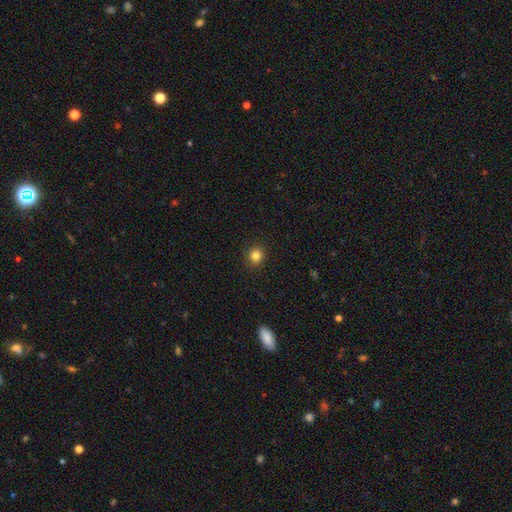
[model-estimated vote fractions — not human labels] Smooth or featured: smooth — 83% (star or artifact — 12%)
How rounded: round — 85% (in between — 14%)
Merging: none — 91% (minor disturbance — 6%)